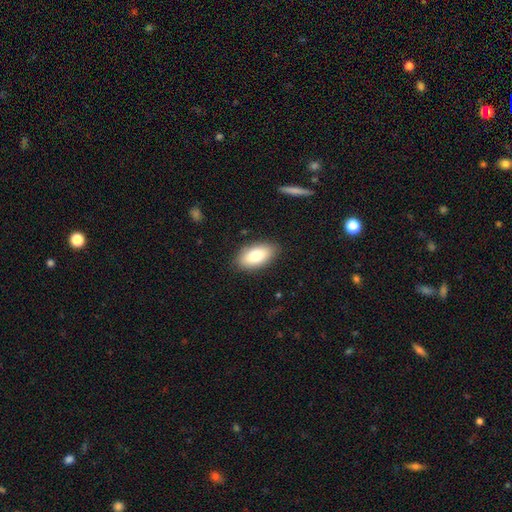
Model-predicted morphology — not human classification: A smooth galaxy with no disk features (81%) that is in between round and cigar-shaped (93%).

Vote fractions:
- Smooth or featured? smooth: 81% / featured or disk: 12% / star or artifact: 7%
- How rounded? in between: 93% / cigar-shaped: 4% / round: 4%
- Merging? none: 86% / minor disturbance: 10% / major disturbance: 2% / merger: 1%